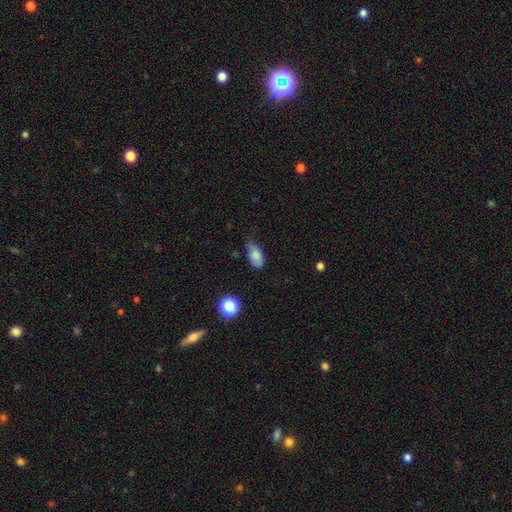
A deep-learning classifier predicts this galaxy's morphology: type=smooth (80%); roundness=in between (88%); merging=minor disturbance (44%).